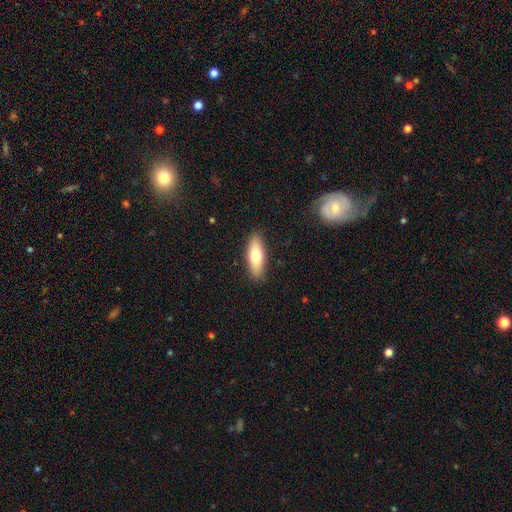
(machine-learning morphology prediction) A smooth galaxy with no disk features (70%) that is in between round and cigar-shaped (63%).

Vote fractions:
- Smooth or featured? smooth: 70% / featured or disk: 24% / star or artifact: 6%
- How rounded? in between: 63% / cigar-shaped: 35% / round: 2%
- Merging? none: 88% / minor disturbance: 9% / major disturbance: 2% / merger: 1%